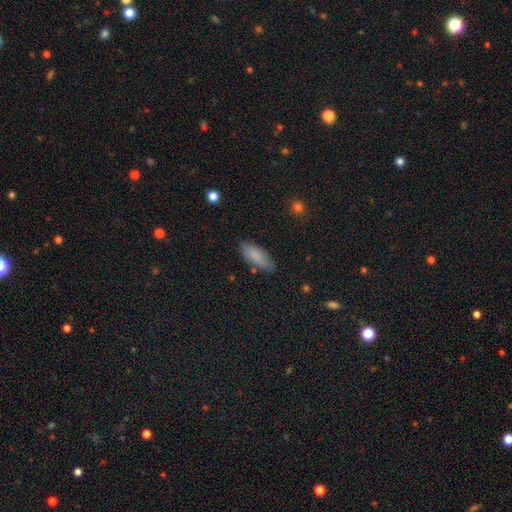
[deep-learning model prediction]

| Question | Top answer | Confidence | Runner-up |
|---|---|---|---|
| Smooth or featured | smooth | 83% | featured or disk (11%) |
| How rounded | in between | 70% | cigar-shaped (28%) |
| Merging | none | 79% | minor disturbance (16%) |